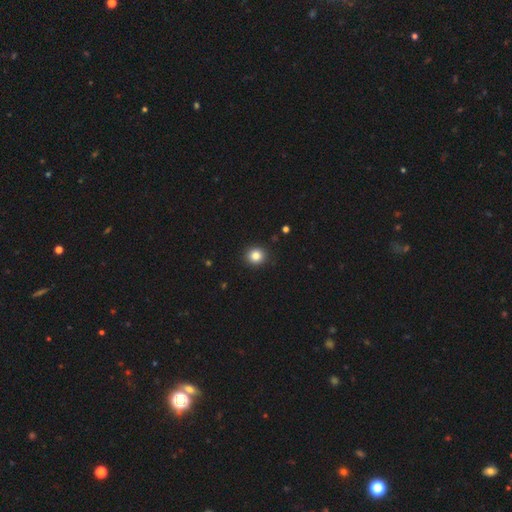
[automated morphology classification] smooth_or_featured: smooth (p=0.84) [alt: star or artifact p=0.11]
how_rounded: round (p=0.87) [alt: in between p=0.12]
merging: none (p=0.92) [alt: minor disturbance p=0.05]